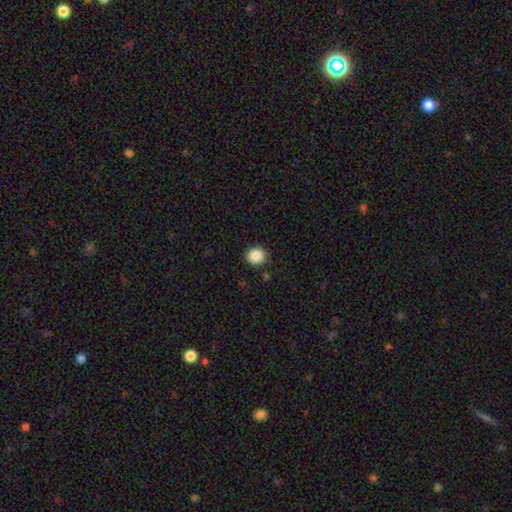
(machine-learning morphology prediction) The model was most divided on "how rounded": round: 82%, in between: 17%, cigar-shaped: 1%. More confident: merging — none (89%); smooth or featured — smooth (88%).